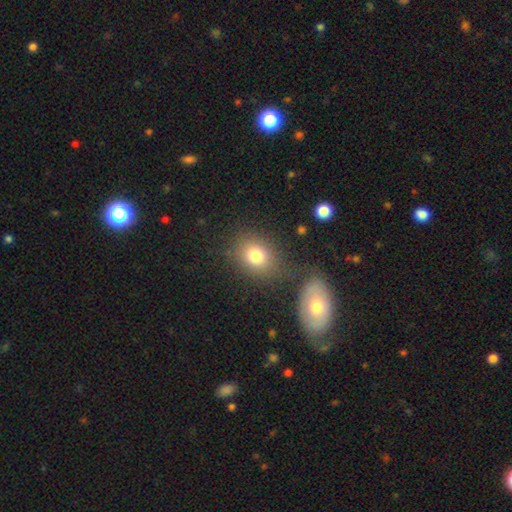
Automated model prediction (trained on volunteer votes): smooth-or-featured: smooth: 79% | star or artifact: 11% | featured or disk: 10%
  how-rounded: round: 53% | in between: 46% | cigar-shaped: 1%
  merging: none: 71% | minor disturbance: 13% | merger: 11% | major disturbance: 6%